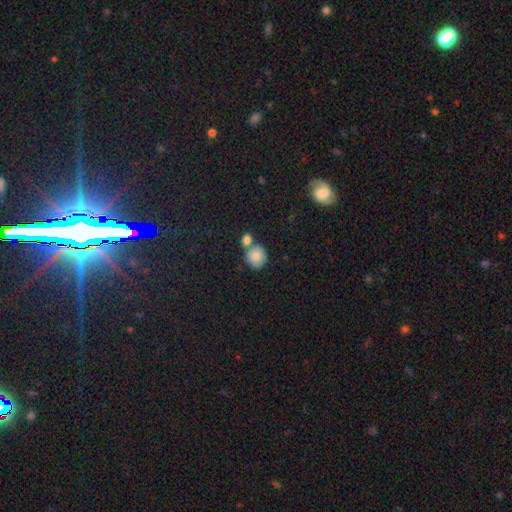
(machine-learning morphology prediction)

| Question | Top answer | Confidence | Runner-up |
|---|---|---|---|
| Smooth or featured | smooth | 83% | featured or disk (9%) |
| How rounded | round | 80% | in between (19%) |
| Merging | none | 47% | merger (38%) |